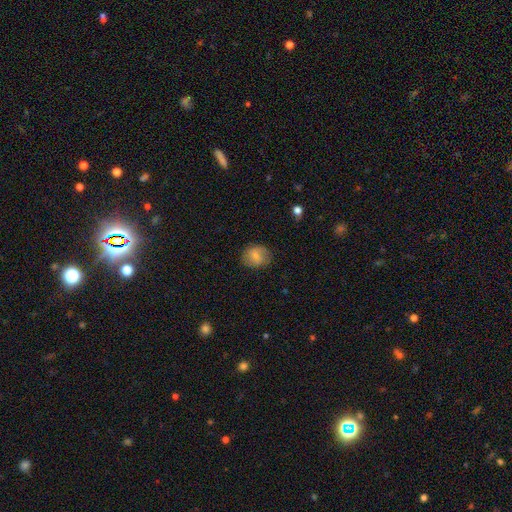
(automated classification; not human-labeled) This appears to be a smooth galaxy with no disk features (72%) that is round (59%). Merging: none (77%).